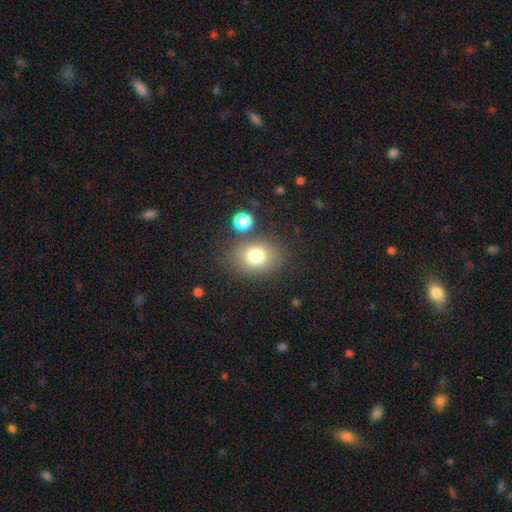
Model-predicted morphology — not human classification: smooth 78%, star or artifact 12%, featured or disk 10%. Down the decision tree: how rounded — in between (57%); merging — none (77%).